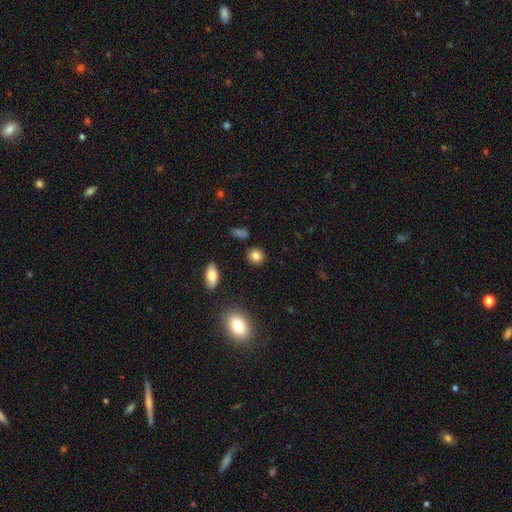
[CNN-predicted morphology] This is clearly a smooth galaxy (83%). How rounded: clearly round (83%). Merging: clearly none (88%).